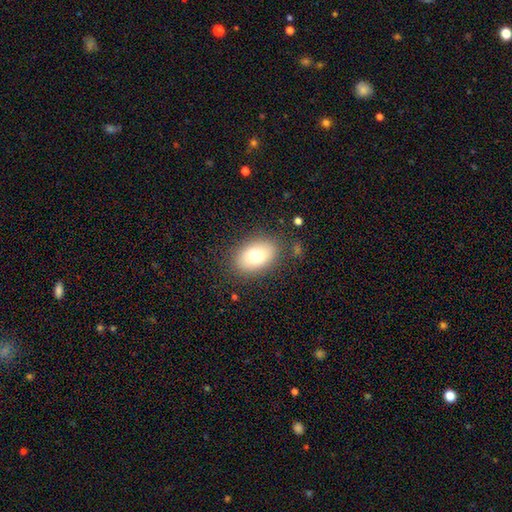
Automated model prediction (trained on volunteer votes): Overall: smooth (73%). How rounded: in between (85%). Merging: none (82%).